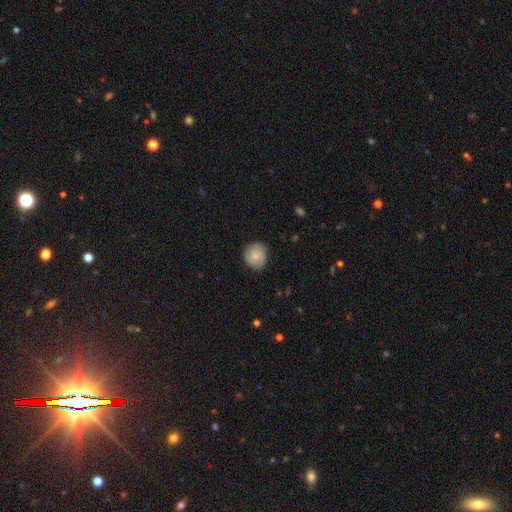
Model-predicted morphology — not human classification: smooth_or_featured: smooth (p=0.72) [alt: featured or disk p=0.21]
how_rounded: round (p=0.82) [alt: in between p=0.17]
merging: none (p=0.80) [alt: minor disturbance p=0.16]